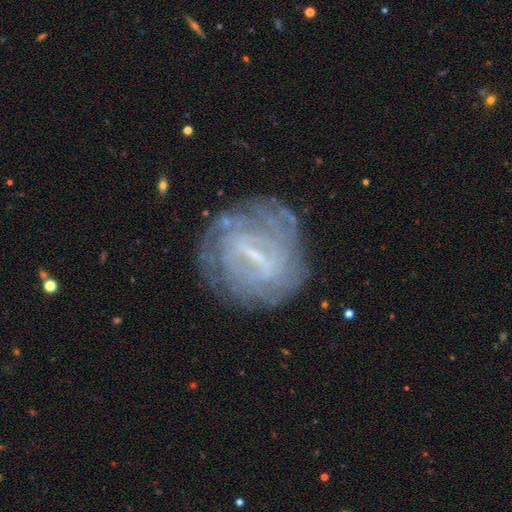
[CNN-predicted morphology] type=featured or disk (80%); edge-on=no (95%); bar=strong (51%); spiral arms=yes (75%); winding=tight (72%); arm count=can't tell (60%); bulge=small (62%); merging=none (77%).